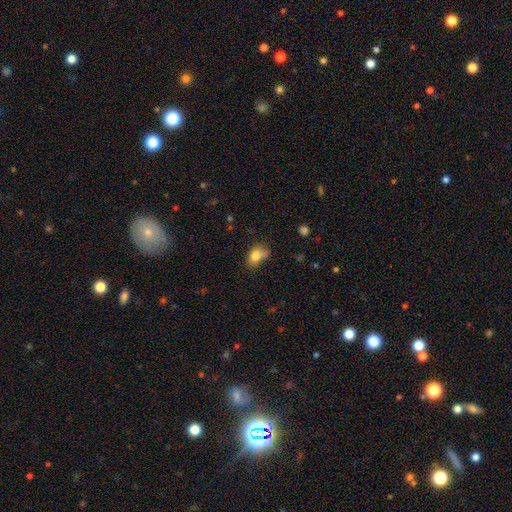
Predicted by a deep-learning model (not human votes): smooth 78%, featured or disk 12%, star or artifact 10%. Down the decision tree: how rounded — in between (72%); merging — none (40%).